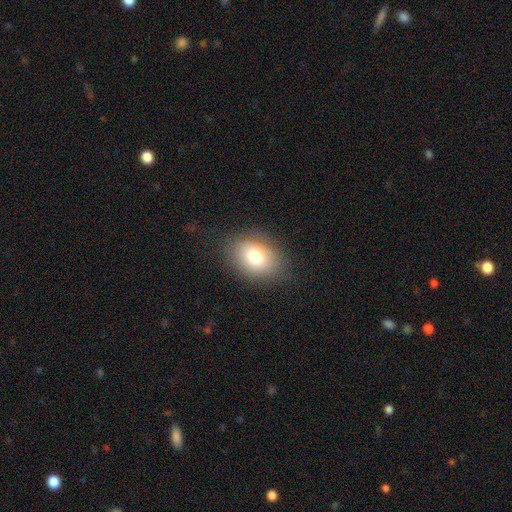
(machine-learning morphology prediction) Smooth or featured? Predicted: smooth (p=0.79). How rounded? Predicted: in between (p=0.73). Merging? Predicted: none (p=0.82).